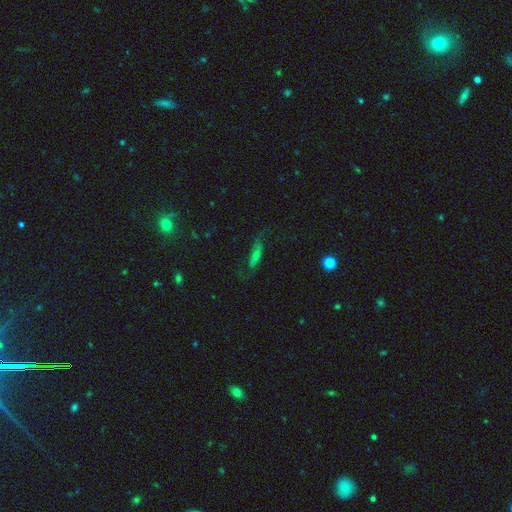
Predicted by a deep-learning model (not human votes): Smooth or featured? Predicted: featured or disk (p=0.42). Merging? Predicted: none (p=0.65).